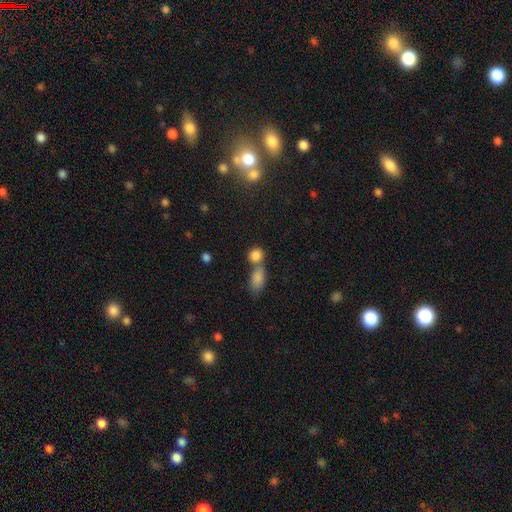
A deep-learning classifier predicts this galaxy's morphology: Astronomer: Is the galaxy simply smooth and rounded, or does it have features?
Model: smooth — 83%.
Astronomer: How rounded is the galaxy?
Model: round — 60% (runner-up: in between, 36%).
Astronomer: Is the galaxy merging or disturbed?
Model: merger — 48% (runner-up: none, 41%).